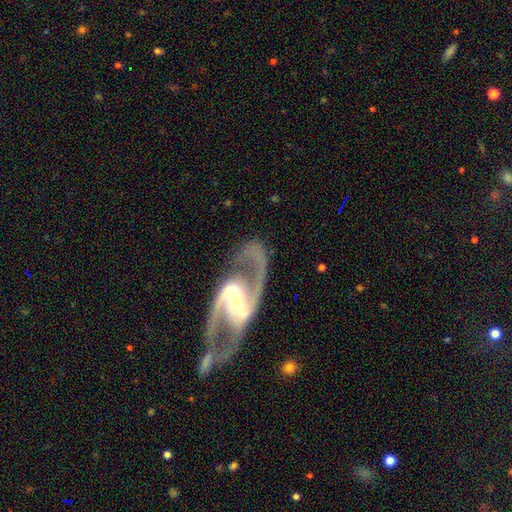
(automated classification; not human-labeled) Smooth or featured: featured or disk — 92% (star or artifact — 5%)
Edge-on disk: no — 97% (yes — 3%)
Bar: strong — 54% (weak — 31%)
Spiral arms: yes — 98% (no — 2%)
Spiral winding: medium — 56% (loose — 30%)
Spiral arm count: 2 — 94% (can't tell — 2%)
Bulge size: small — 58% (moderate — 36%)
Merging: none — 78% (minor disturbance — 11%)